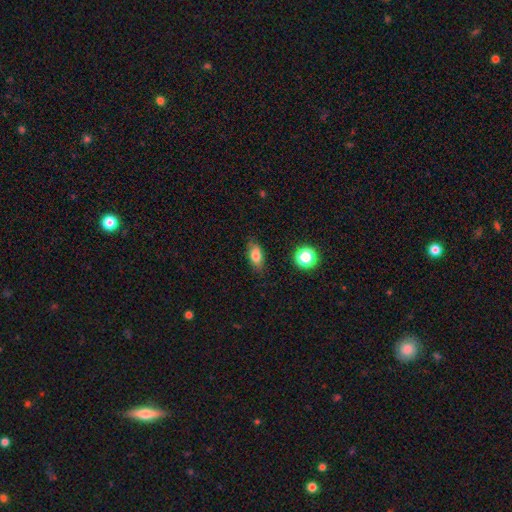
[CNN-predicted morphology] Overall: smooth (78%). How rounded: in between (80%). Merging: none (81%).